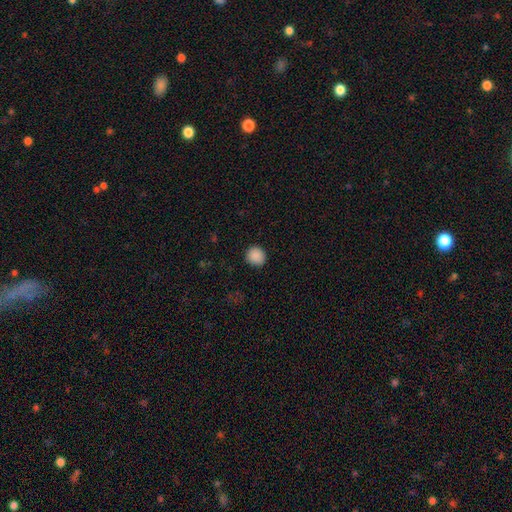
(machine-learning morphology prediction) A smooth galaxy with no disk features (89%) that is round (89%). Merging: none (91%).